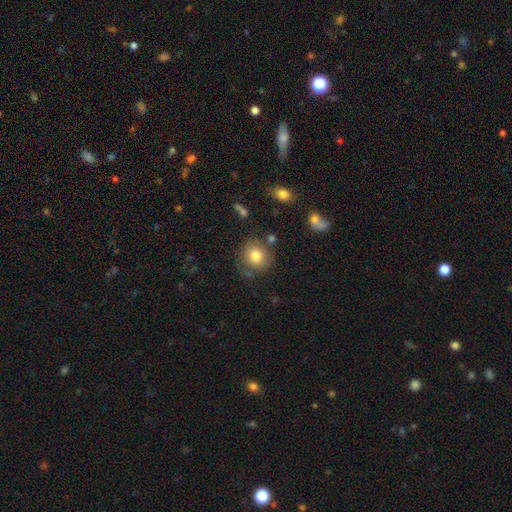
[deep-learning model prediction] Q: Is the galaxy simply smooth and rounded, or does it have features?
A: smooth — 80%.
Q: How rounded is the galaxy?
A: round — 85%.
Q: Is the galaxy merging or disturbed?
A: none — 77%.